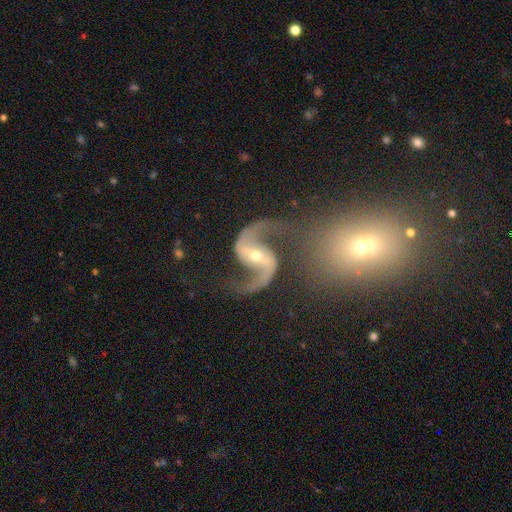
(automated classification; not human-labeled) Smooth or featured? Predicted: featured or disk (p=0.93). Edge-on disk? Predicted: no (p=0.98). Bar? Predicted: strong (p=0.50). Spiral arms? Predicted: yes (p=0.98). Spiral winding? Predicted: loose (p=0.68). Spiral arm count? Predicted: 2 (p=0.95). Bulge size? Predicted: small (p=0.49). Merging? Predicted: none (p=0.71).